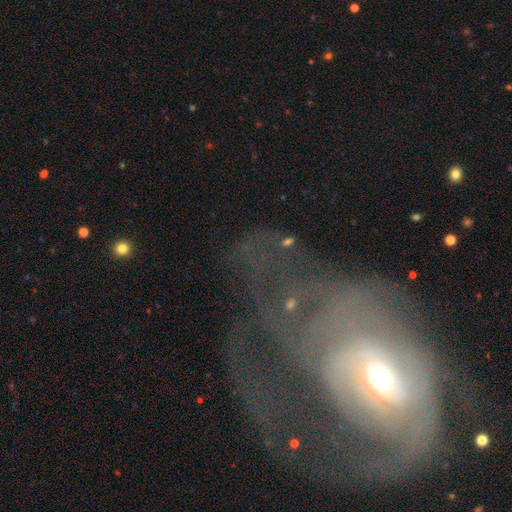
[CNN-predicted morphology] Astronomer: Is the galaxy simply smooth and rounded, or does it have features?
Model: featured or disk — 62%.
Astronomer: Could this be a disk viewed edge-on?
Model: no — 91%.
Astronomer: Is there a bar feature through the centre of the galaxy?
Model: no — 52% (runner-up: weak, 30%).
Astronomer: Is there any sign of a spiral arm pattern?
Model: yes — 51% (runner-up: no, 49%).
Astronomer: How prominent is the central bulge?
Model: moderate — 54% (runner-up: small, 34%).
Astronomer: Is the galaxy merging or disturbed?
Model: major disturbance — 46% (runner-up: none, 33%).